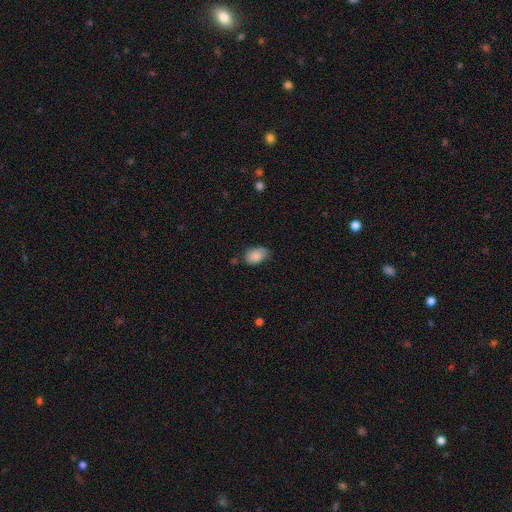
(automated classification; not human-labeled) smooth 86%, star or artifact 8%, featured or disk 7%. Down the decision tree: how rounded — in between (86%); merging — none (66%).